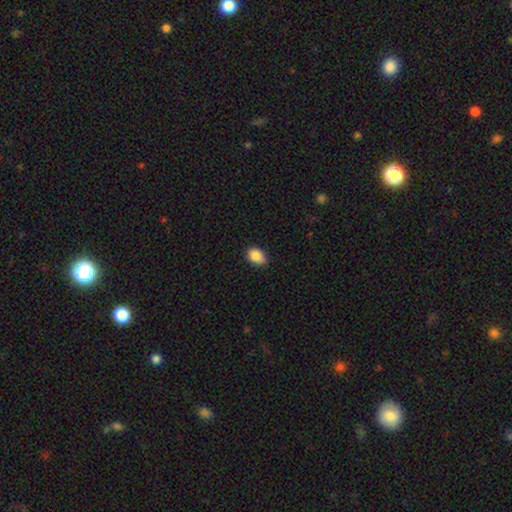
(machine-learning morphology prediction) Smooth or featured? smooth (87%)
How rounded? in between (77%)
Merging? none (75%)